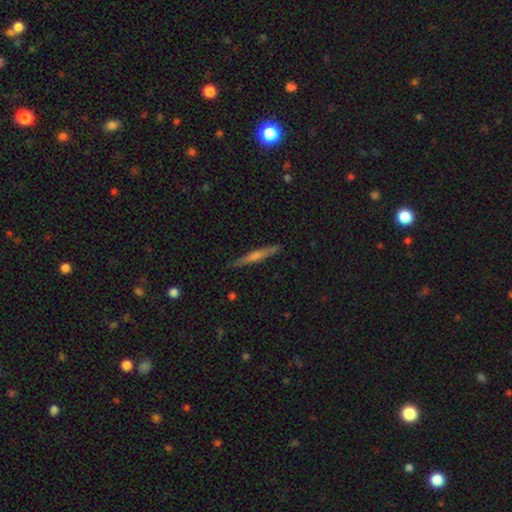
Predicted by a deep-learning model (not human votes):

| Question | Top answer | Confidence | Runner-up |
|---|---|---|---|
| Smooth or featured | featured or disk | 55% | smooth (38%) |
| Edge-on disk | yes | 97% | no (3%) |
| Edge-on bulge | rounded | 54% | none (33%) |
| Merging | none | 90% | minor disturbance (8%) |